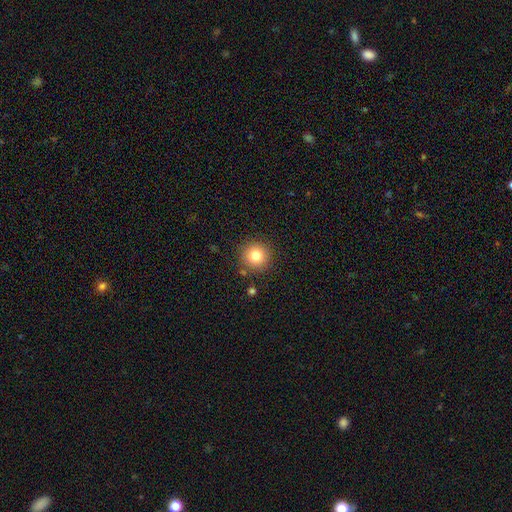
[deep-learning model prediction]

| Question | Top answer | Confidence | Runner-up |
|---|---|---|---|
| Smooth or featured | smooth | 81% | star or artifact (11%) |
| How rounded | round | 95% | in between (4%) |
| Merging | none | 88% | minor disturbance (7%) |